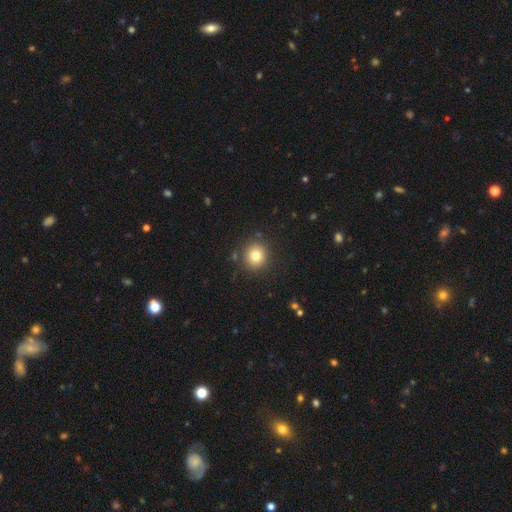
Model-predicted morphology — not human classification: A smooth galaxy with no disk features (79%) that is round (89%).

Vote fractions:
- Smooth or featured? smooth: 79% / star or artifact: 12% / featured or disk: 9%
- How rounded? round: 89% / in between: 10% / cigar-shaped: 1%
- Merging? none: 87% / minor disturbance: 7% / major disturbance: 3% / merger: 3%